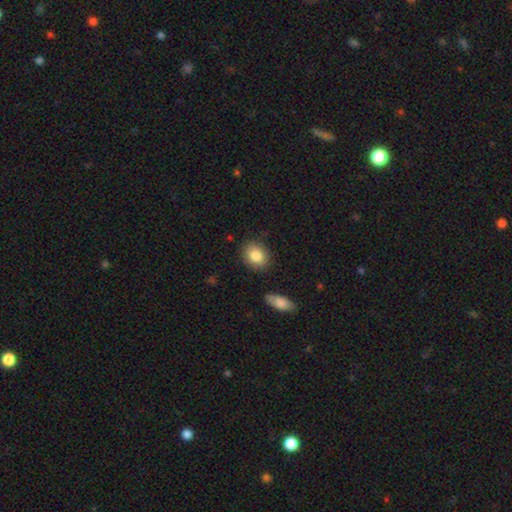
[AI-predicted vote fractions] This appears to be a smooth galaxy with no disk features (85%) that is round (50%). Merging: none (84%).